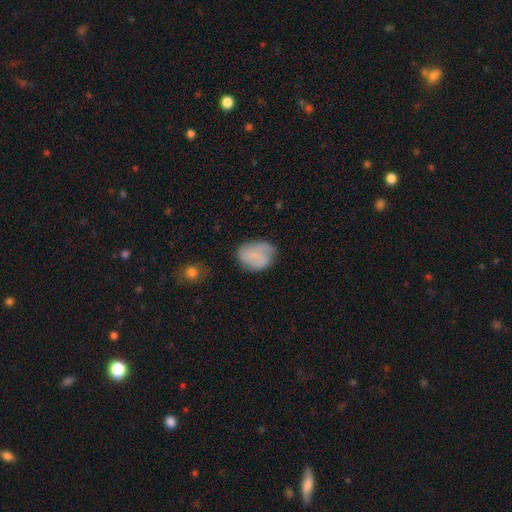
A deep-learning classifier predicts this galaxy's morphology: Overall: smooth (54%; featured or disk 37%). How rounded: in between (57%; round 42%). Merging: none (66%).